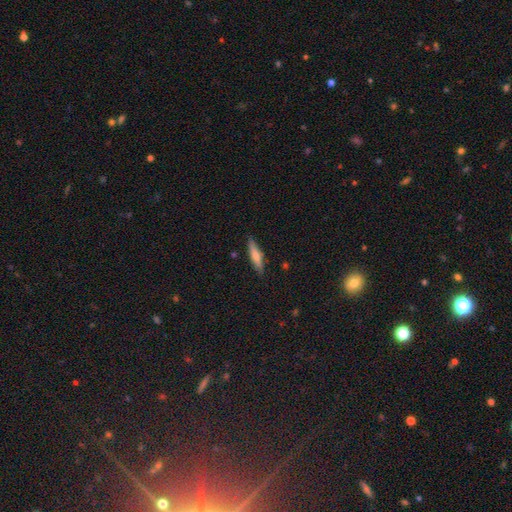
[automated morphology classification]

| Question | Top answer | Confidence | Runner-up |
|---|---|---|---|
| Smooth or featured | smooth | 58% | featured or disk (36%) |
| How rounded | cigar-shaped | 79% | in between (19%) |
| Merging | none | 86% | minor disturbance (11%) |